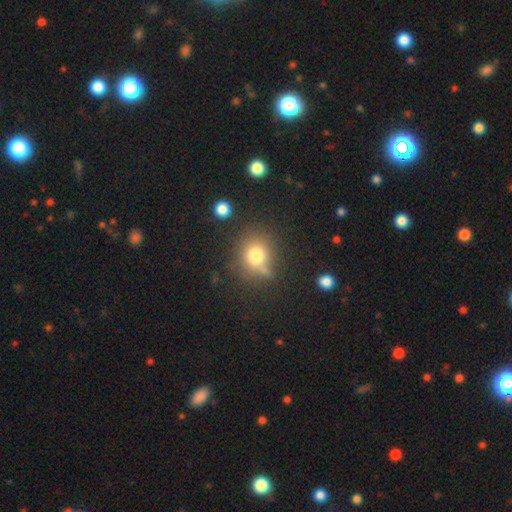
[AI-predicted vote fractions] The model was most divided on "merging": none: 65%, minor disturbance: 17%, merger: 11%, major disturbance: 7%. More confident: how rounded — round (76%); smooth or featured — smooth (75%).